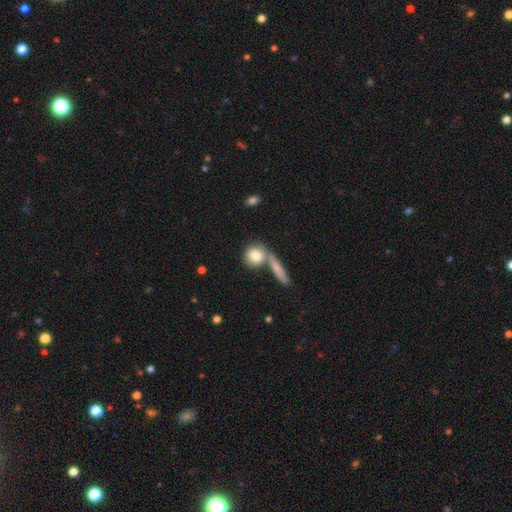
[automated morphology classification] Smooth or featured? Predicted: smooth (p=0.79). How rounded? Predicted: round (p=0.74). Merging? Predicted: none (p=0.56).